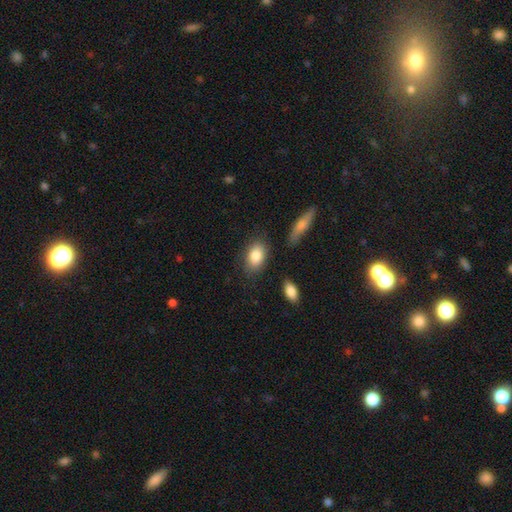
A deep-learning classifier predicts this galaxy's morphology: smooth_or_featured: smooth (p=0.85) [alt: featured or disk p=0.08]
how_rounded: in between (p=0.86) [alt: round p=0.12]
merging: none (p=0.78) [alt: minor disturbance p=0.14]